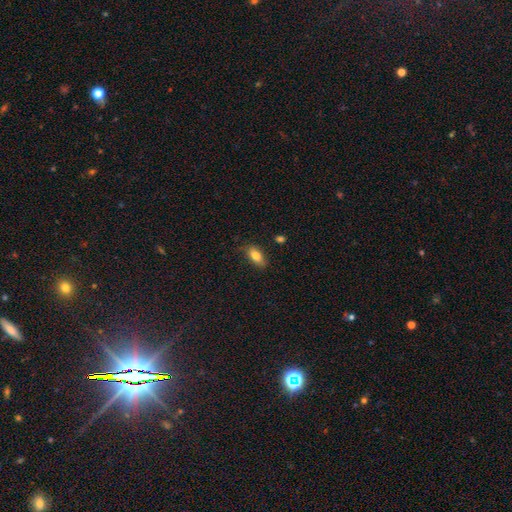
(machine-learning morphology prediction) Smooth or featured? Predicted: smooth (p=0.80). How rounded? Predicted: in between (p=0.86). Merging? Predicted: none (p=0.78).